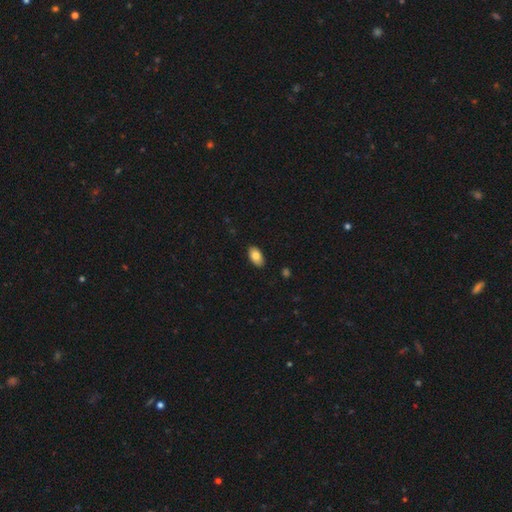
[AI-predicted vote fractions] Smooth or featured? smooth (81%)
How rounded? in between (94%)
Merging? none (88%)